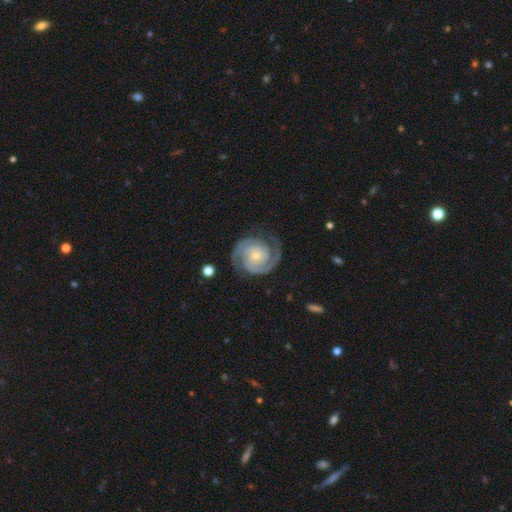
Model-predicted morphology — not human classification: smooth_or_featured: featured or disk (p=0.92) [alt: smooth p=0.04]
disk_edge_on: no (p=0.98) [alt: yes p=0.02]
bar: no (p=0.69) [alt: weak p=0.24]
has_spiral_arms: yes (p=0.98) [alt: no p=0.02]
spiral_winding: tight (p=0.70) [alt: medium p=0.26]
spiral_arm_count: 2 (p=0.82) [alt: 3 p=0.07]
bulge_size: small (p=0.72) [alt: moderate p=0.23]
merging: none (p=0.79) [alt: minor disturbance p=0.14]